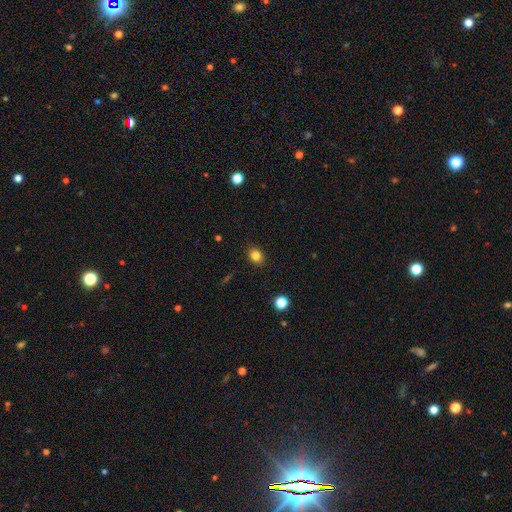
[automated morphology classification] Overall: smooth (83%). How rounded: round (58%; in between 41%). Merging: none (89%).